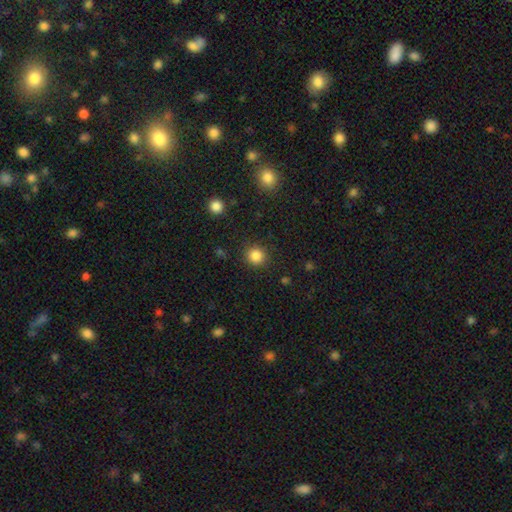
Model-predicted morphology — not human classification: Smooth or featured? smooth (84%)
How rounded? round (92%)
Merging? none (89%)